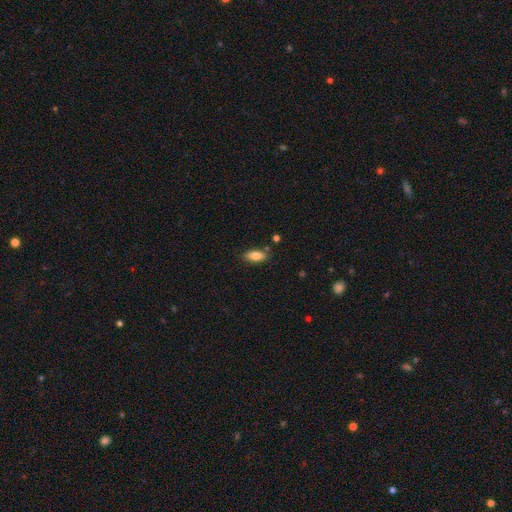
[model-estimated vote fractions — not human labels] smooth_or_featured: smooth (p=0.84) [alt: featured or disk p=0.09]
how_rounded: in between (p=0.83) [alt: cigar-shaped p=0.15]
merging: none (p=0.81) [alt: minor disturbance p=0.13]